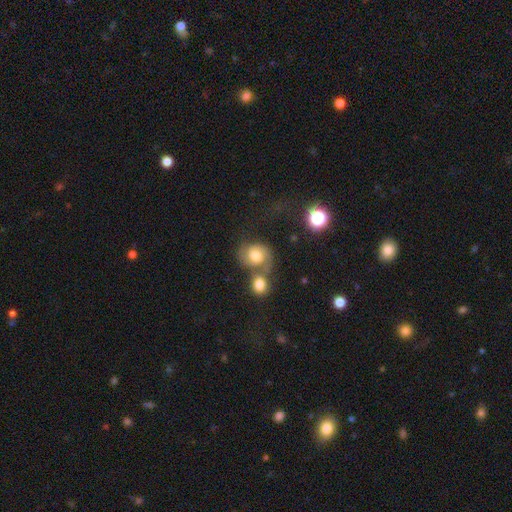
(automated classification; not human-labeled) Morphology: type=featured or disk (60%); edge-on=no (98%); bar=no (69%); spiral arms=yes (90%); winding=medium (49%); arm count=2 (87%); bulge=moderate (64%); merging=none (39%, tied with merger).